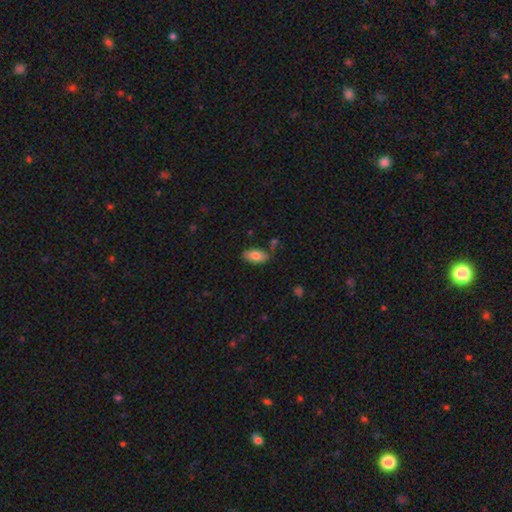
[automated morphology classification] type=smooth (79%); roundness=in between (92%); merging=none (74%).